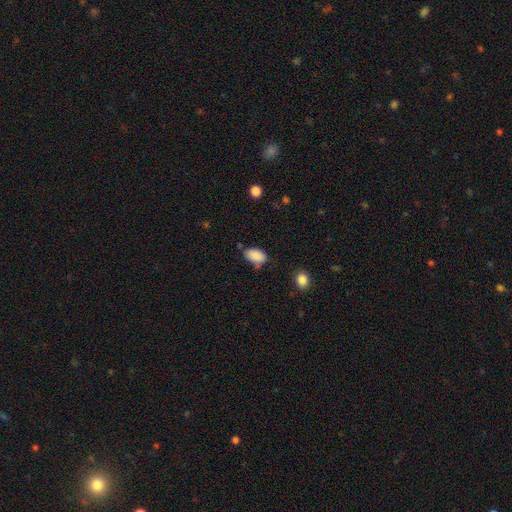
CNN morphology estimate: A smooth galaxy with no disk features (87%) that is in between round and cigar-shaped (91%). Merging: none (61%).